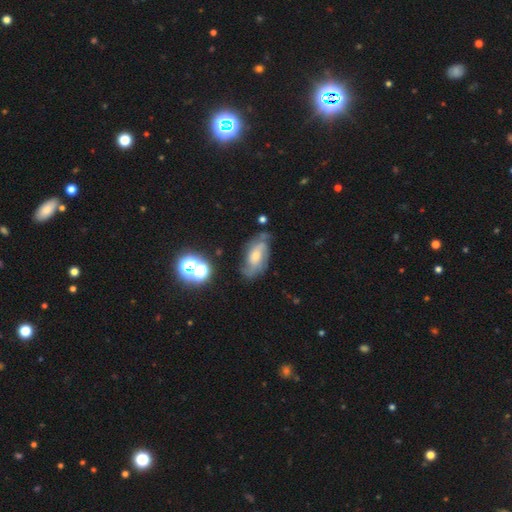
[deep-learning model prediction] Smooth or featured? featured or disk (66%)
Edge-on disk? no (93%)
Bar? no (61%)
Spiral arms? yes (87%)
Spiral winding? medium (43%)
Spiral arm count? 2 (41%)
Bulge size? moderate (45%)
Merging? none (58%)